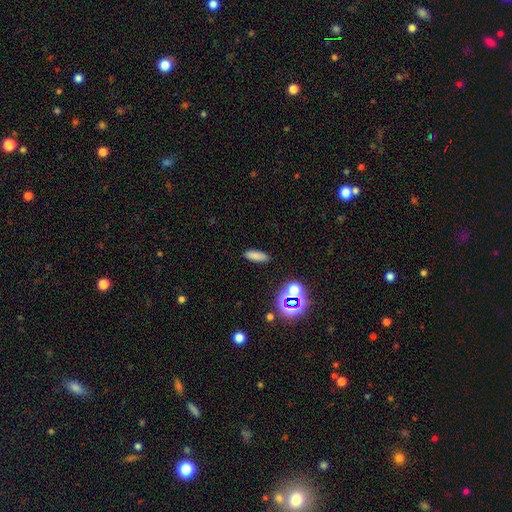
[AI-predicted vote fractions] Morphology: type=smooth (77%); roundness=in between (51%); merging=none (87%).